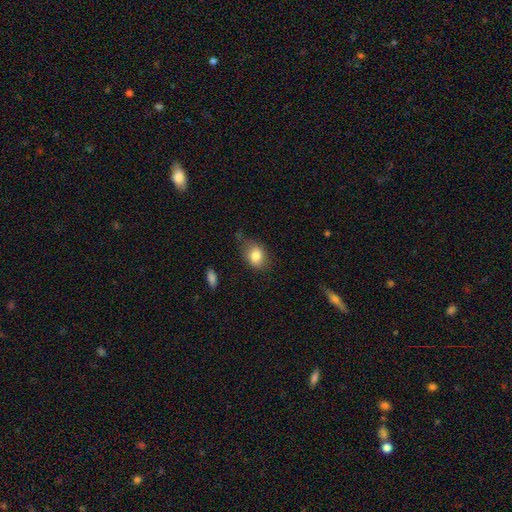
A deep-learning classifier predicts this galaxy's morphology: smooth-or-featured: smooth: 82% | featured or disk: 9% | star or artifact: 9%
  how-rounded: in between: 67% | round: 31% | cigar-shaped: 1%
  merging: none: 62% | minor disturbance: 27% | major disturbance: 7% | merger: 3%